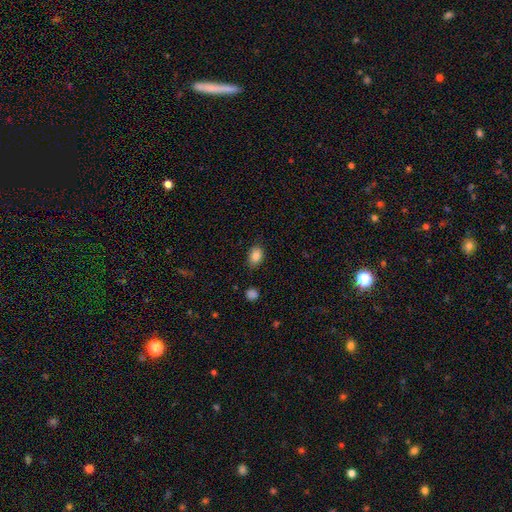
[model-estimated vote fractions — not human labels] A smooth galaxy with no disk features (86%) that is in between round and cigar-shaped (78%).

Vote fractions:
- Smooth or featured? smooth: 86% / star or artifact: 9% / featured or disk: 6%
- How rounded? in between: 78% / round: 21% / cigar-shaped: 1%
- Merging? none: 80% / minor disturbance: 15% / major disturbance: 3% / merger: 2%